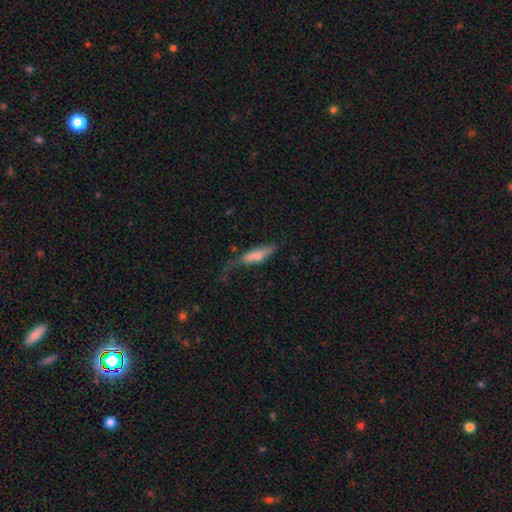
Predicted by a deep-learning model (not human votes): Smooth or featured? smooth (70%)
How rounded? cigar-shaped (63%)
Merging? none (36%)